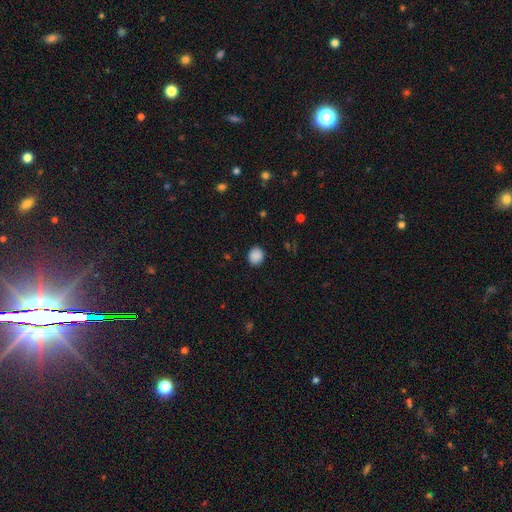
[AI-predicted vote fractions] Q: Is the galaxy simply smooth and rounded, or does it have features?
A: smooth — 88%.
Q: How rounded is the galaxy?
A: round — 72%.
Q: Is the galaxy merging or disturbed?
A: none — 89%.